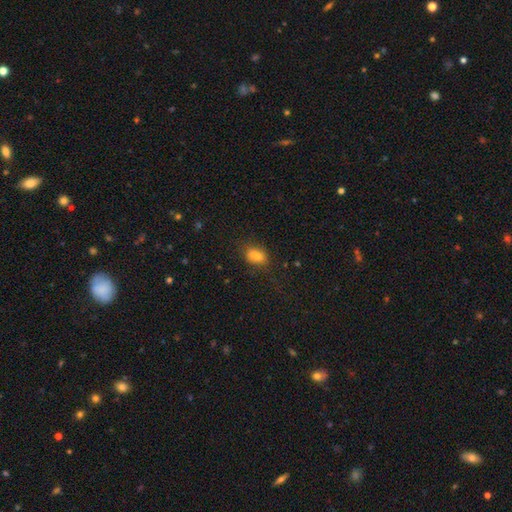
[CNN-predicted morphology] Smooth or featured?
  - smooth: 71% *
  - featured or disk: 15%
  - star or artifact: 14%
How rounded?
  - in between: 64% *
  - round: 34%
  - cigar-shaped: 2%
Merging?
  - none: 45% *
  - merger: 37%
  - minor disturbance: 13%
  - major disturbance: 5%